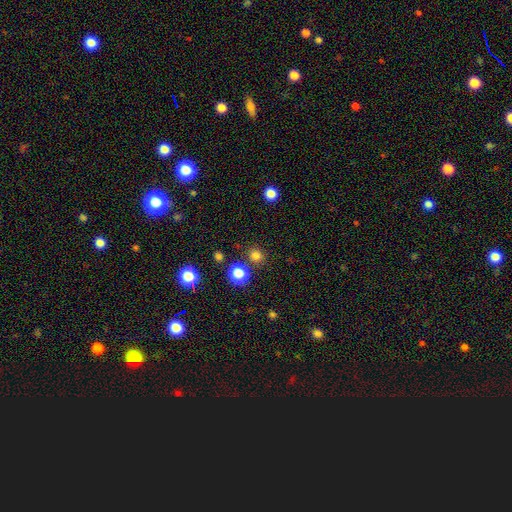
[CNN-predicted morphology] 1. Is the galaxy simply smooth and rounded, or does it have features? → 78% smooth, 18% star or artifact, 4% featured or disk.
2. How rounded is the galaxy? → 87% round, 12% in between, 1% cigar-shaped.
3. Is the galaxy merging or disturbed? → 84% none, 7% minor disturbance, 6% merger, 3% major disturbance.